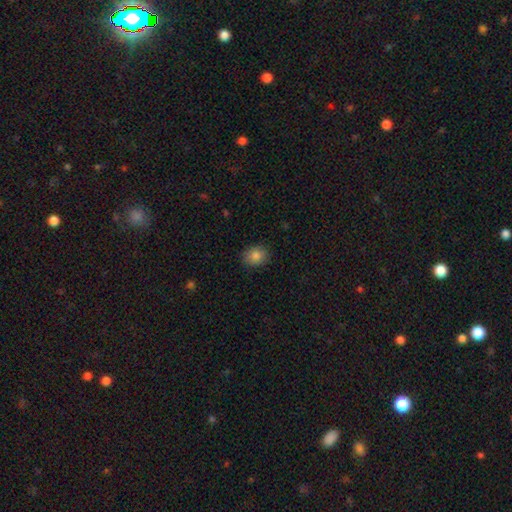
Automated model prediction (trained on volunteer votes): This is clearly a smooth galaxy (84%). How rounded: possibly round (53%). Merging: clearly none (88%).